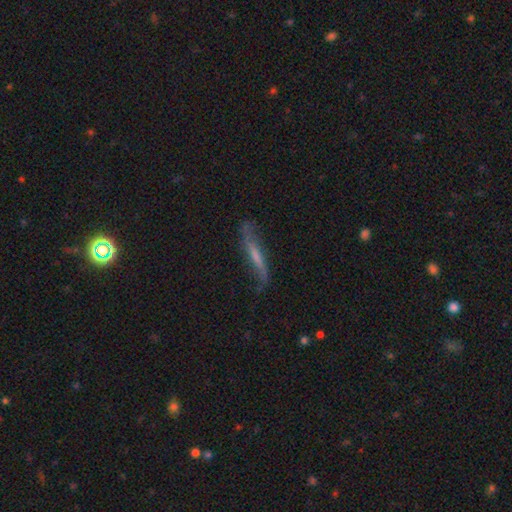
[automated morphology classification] This is possibly a featured or disk galaxy (60%). It is possibly viewed edge-on (58%). Merging: likely none (62%).